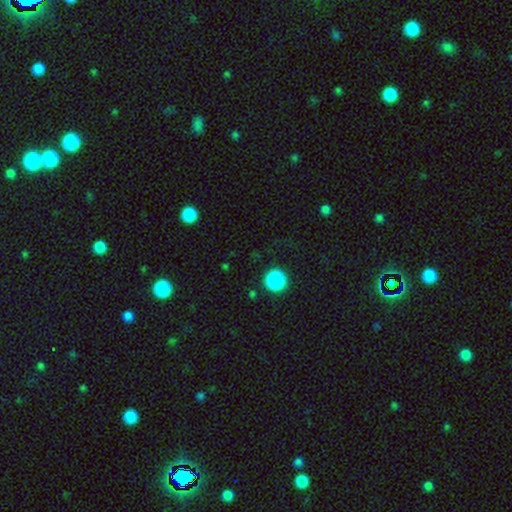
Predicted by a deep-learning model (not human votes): The model was most divided on "smooth or featured": smooth: 48%, star or artifact: 45%, featured or disk: 7%. More confident: merging — none (84%).